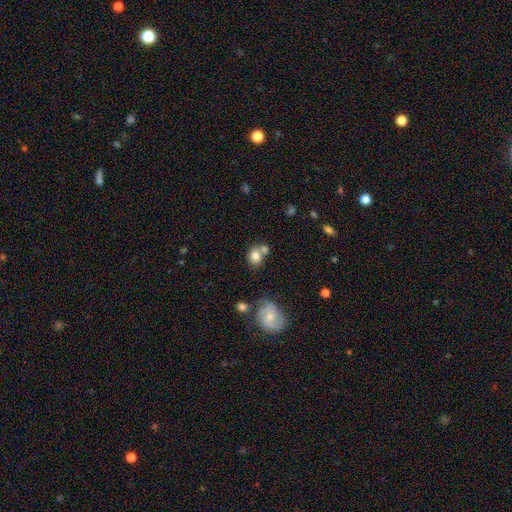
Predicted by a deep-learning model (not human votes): smooth 80%, featured or disk 11%, star or artifact 9%. Down the decision tree: how rounded — round (58%); merging — none (48%).